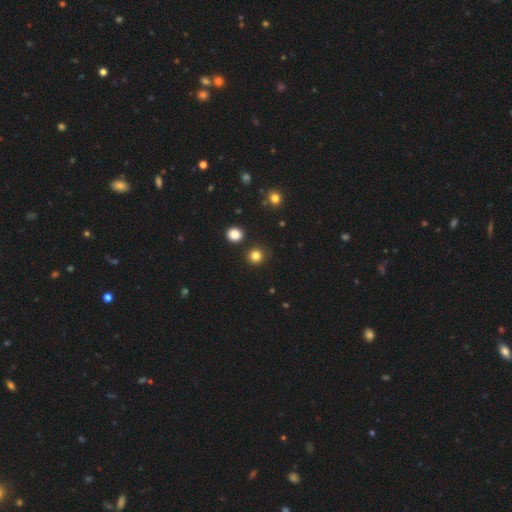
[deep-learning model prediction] Smooth or featured?
  - smooth: 81% *
  - star or artifact: 14%
  - featured or disk: 4%
How rounded?
  - round: 92% *
  - in between: 7%
  - cigar-shaped: 1%
Merging?
  - none: 89% *
  - minor disturbance: 6%
  - merger: 3%
  - major disturbance: 2%